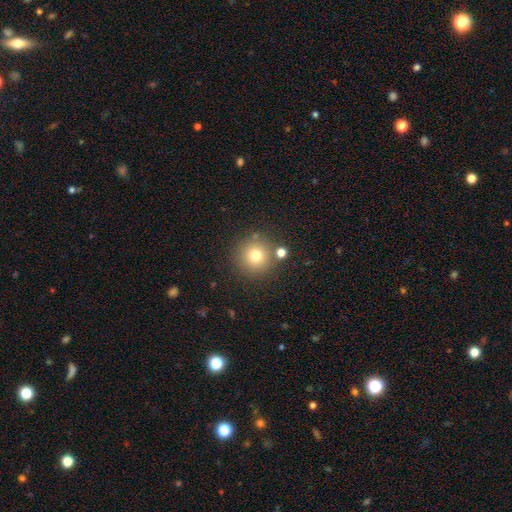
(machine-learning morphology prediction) Smooth or featured? Predicted: smooth (p=0.75). How rounded? Predicted: round (p=0.95). Merging? Predicted: none (p=0.82).